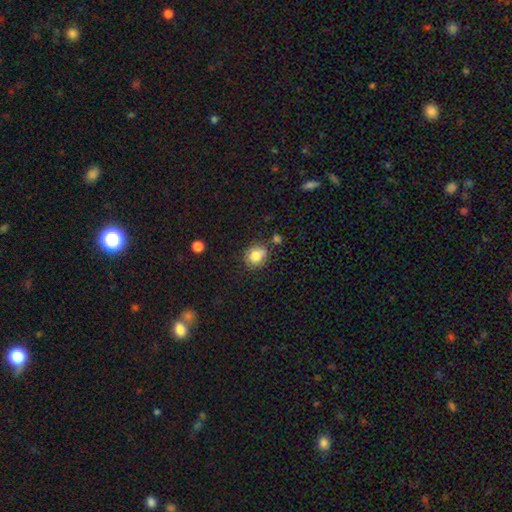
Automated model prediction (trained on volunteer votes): Smooth or featured? Predicted: smooth (p=0.79). How rounded? Predicted: round (p=0.74). Merging? Predicted: none (p=0.67).